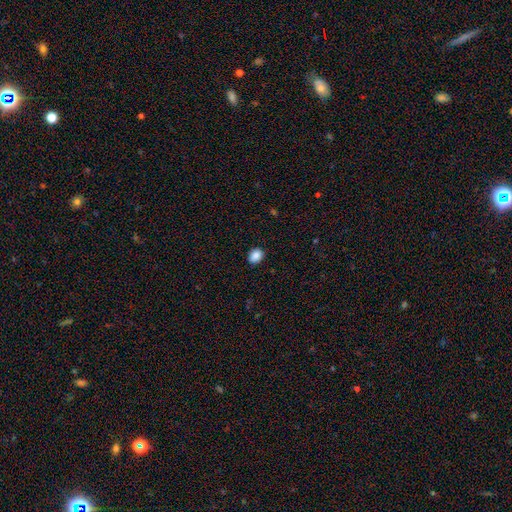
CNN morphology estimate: Smooth or featured? Predicted: smooth (p=0.88). How rounded? Predicted: in between (p=0.51). Merging? Predicted: none (p=0.88).